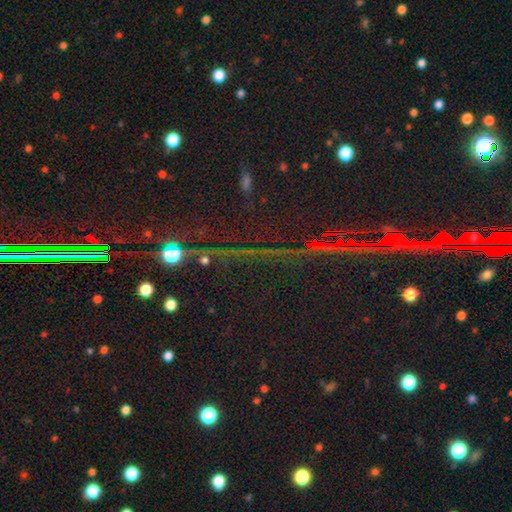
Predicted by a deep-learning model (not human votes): Smooth or featured? star or artifact (83%)